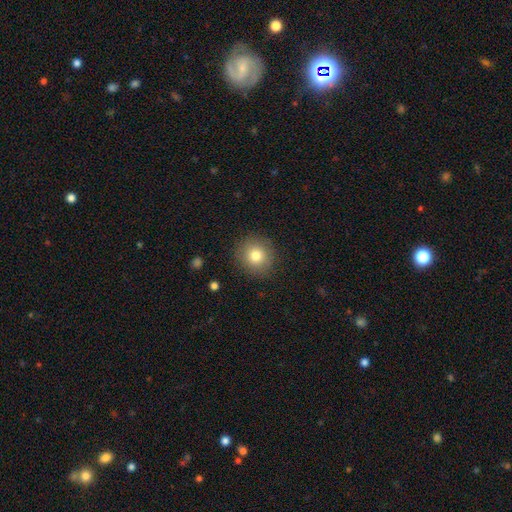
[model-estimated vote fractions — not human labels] Q: Smooth or featured?
A: smooth (80%); runner-up: star or artifact (11%)
Q: How rounded?
A: round (91%); runner-up: in between (8%)
Q: Merging?
A: none (89%); runner-up: minor disturbance (7%)